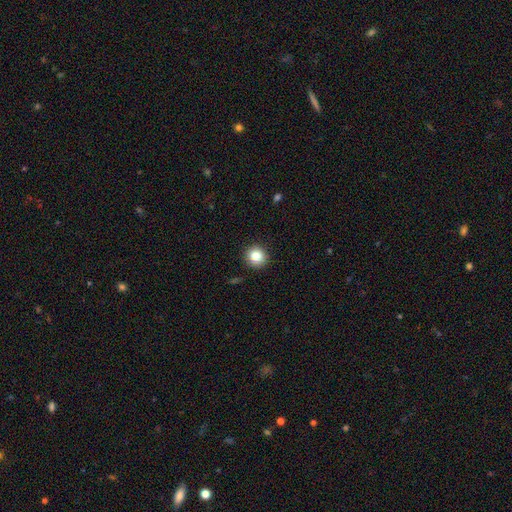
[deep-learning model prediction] This is clearly a smooth galaxy (84%). How rounded: clearly round (93%). Merging: clearly none (91%).